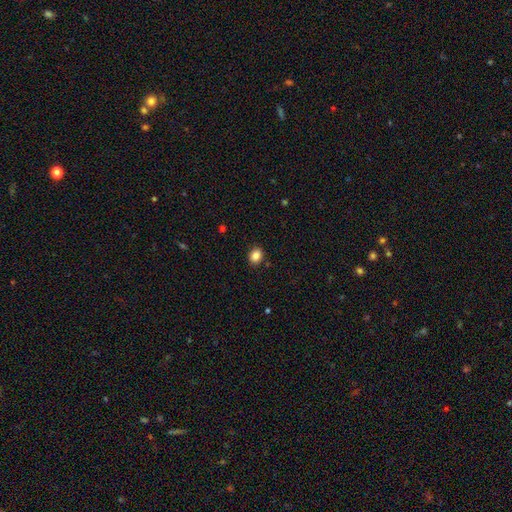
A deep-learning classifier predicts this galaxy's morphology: type=smooth (86%); roundness=round (50%); merging=none (88%).